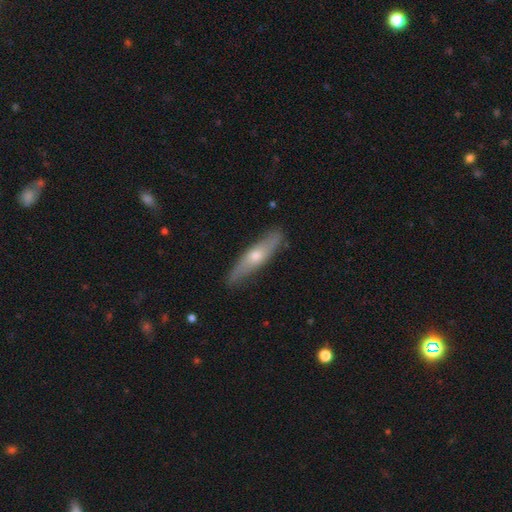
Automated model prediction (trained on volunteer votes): Smooth or featured?
  - featured or disk: 54% *
  - smooth: 39%
  - star or artifact: 7%
Edge-on disk?
  - yes: 78% *
  - no: 22%
Merging?
  - none: 85% *
  - minor disturbance: 11%
  - major disturbance: 2%
  - merger: 1%